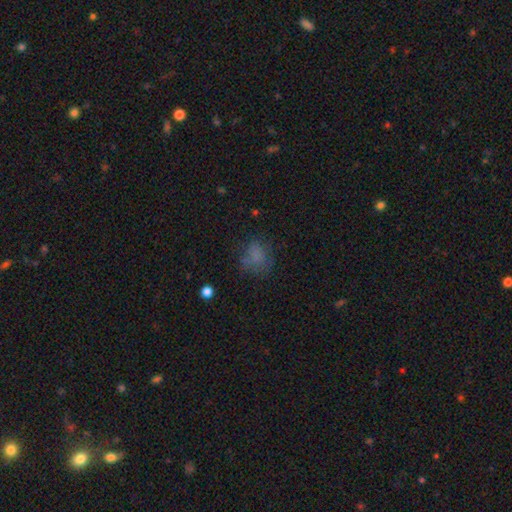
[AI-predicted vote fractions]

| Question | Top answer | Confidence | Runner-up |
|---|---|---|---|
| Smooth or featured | smooth | 68% | star or artifact (17%) |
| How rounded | round | 56% | in between (42%) |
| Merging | none | 54% | minor disturbance (23%) |